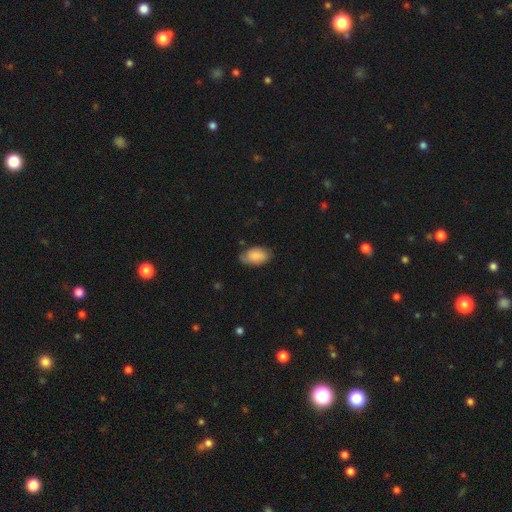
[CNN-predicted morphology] A smooth galaxy with no disk features (71%) that is in between round and cigar-shaped (93%).

Vote fractions:
- Smooth or featured? smooth: 71% / featured or disk: 21% / star or artifact: 7%
- How rounded? in between: 93% / round: 6% / cigar-shaped: 2%
- Merging? none: 58% / minor disturbance: 30% / major disturbance: 10% / merger: 2%